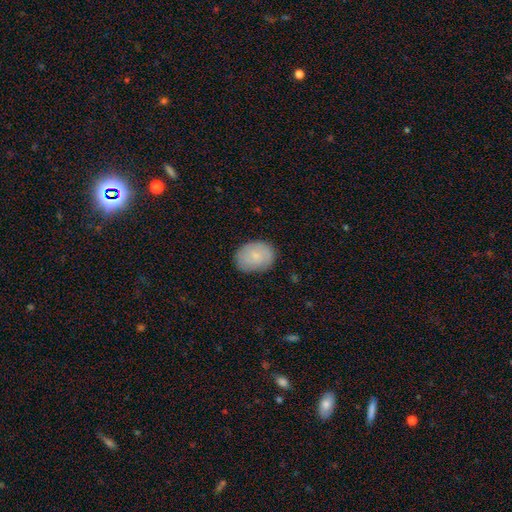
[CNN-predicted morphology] This is likely a smooth galaxy (80%). How rounded: possibly in between (58%). Merging: clearly none (82%).